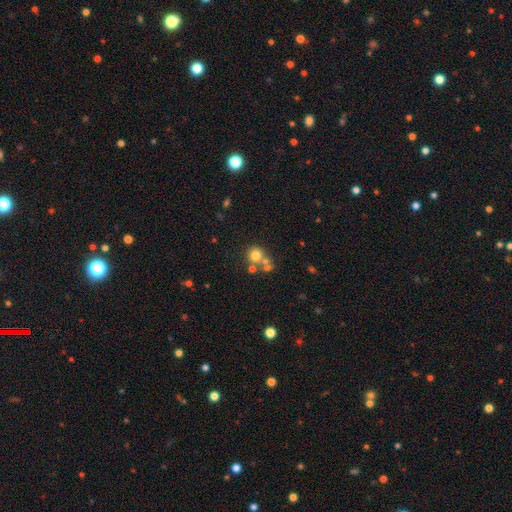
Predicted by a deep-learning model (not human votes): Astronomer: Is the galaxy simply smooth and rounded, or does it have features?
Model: smooth — 72%.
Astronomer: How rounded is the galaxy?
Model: round — 89%.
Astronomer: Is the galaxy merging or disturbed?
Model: none — 56% (runner-up: merger, 32%).